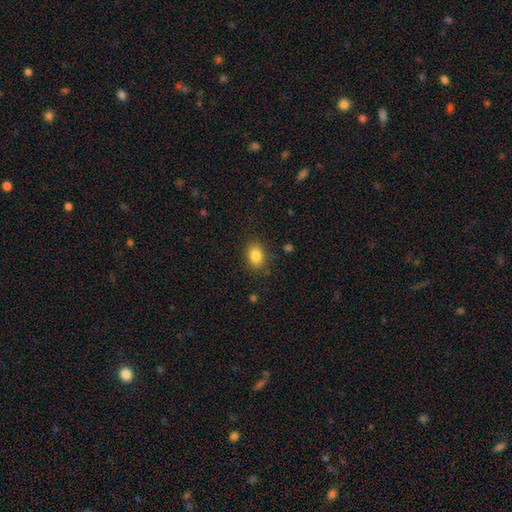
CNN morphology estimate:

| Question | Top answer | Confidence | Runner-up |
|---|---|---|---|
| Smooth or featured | smooth | 85% | star or artifact (9%) |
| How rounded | in between | 72% | round (27%) |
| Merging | none | 84% | minor disturbance (11%) |